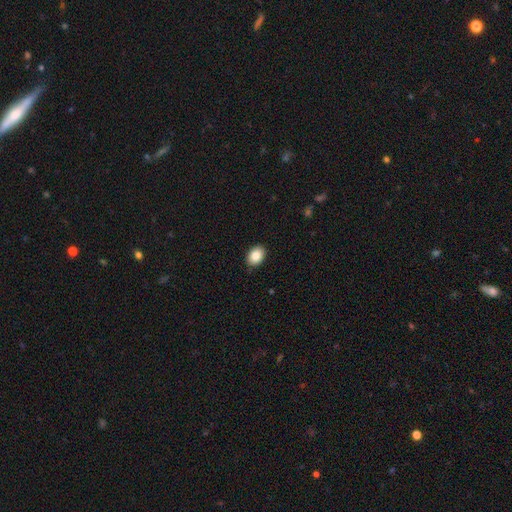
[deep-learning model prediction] This appears to be a smooth galaxy with no disk features (87%) that is in between round and cigar-shaped (78%). Merging: none (89%).